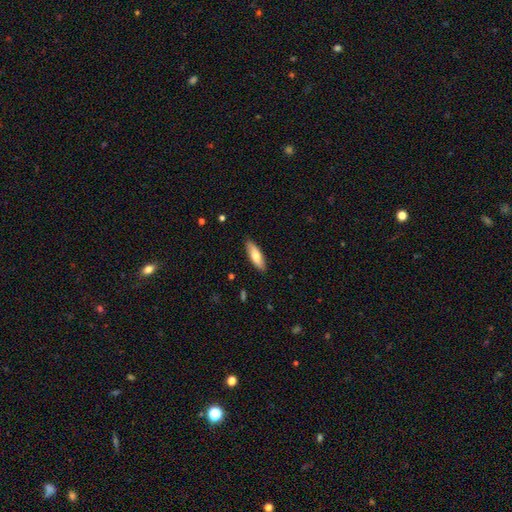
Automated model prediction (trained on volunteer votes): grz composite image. It shows a smooth galaxy with no disk features (72%) that is in between round and cigar-shaped (54%). Merging: none (88%).